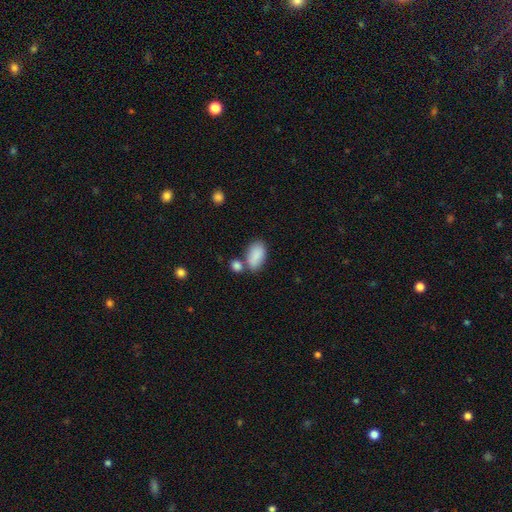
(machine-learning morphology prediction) smooth 86%, star or artifact 7%, featured or disk 7%. Down the decision tree: how rounded — in between (92%); merging — none (49%).